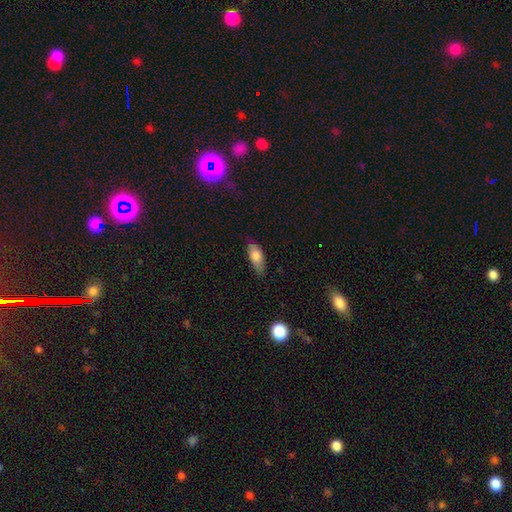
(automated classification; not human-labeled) This appears to be a smooth galaxy with no disk features (77%) that is in between round and cigar-shaped (79%). Merging: none (74%).